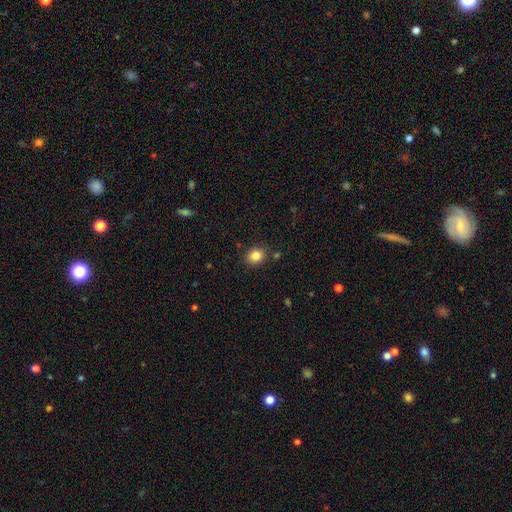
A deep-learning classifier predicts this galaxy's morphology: A smooth galaxy with no disk features (84%) that is round (61%).

Vote fractions:
- Smooth or featured? smooth: 84% / star or artifact: 10% / featured or disk: 5%
- How rounded? round: 61% / in between: 38% / cigar-shaped: 1%
- Merging? none: 85% / minor disturbance: 9% / merger: 3% / major disturbance: 3%